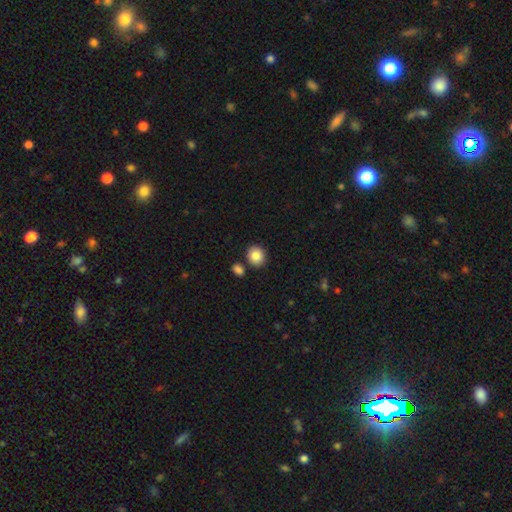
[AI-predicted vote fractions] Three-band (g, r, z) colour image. It shows a smooth galaxy with no disk features (86%) that is round (77%). Merging: none (83%).